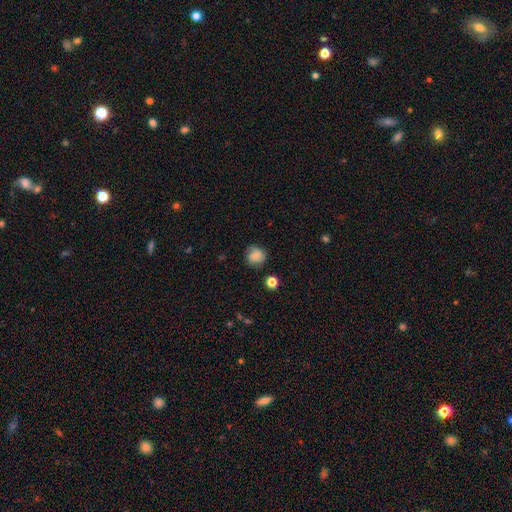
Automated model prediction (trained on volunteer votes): smooth_or_featured: smooth (p=0.64) [alt: featured or disk p=0.26]
how_rounded: round (p=0.83) [alt: in between p=0.16]
merging: none (p=0.72) [alt: minor disturbance p=0.21]